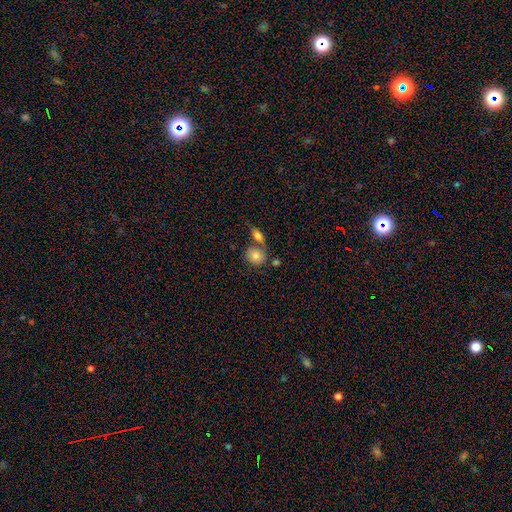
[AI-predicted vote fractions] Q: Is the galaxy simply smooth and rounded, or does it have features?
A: smooth — 81%.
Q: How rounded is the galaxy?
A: round — 66%.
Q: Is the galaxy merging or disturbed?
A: none — 55%.